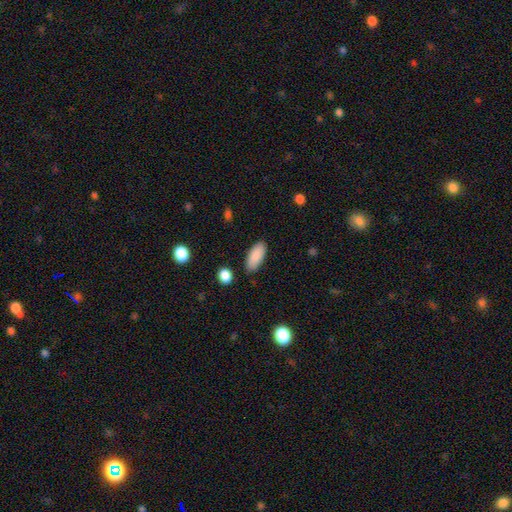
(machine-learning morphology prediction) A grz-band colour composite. It shows a smooth galaxy with no disk features (89%) that is in between round and cigar-shaped (87%). Merging: none (85%).